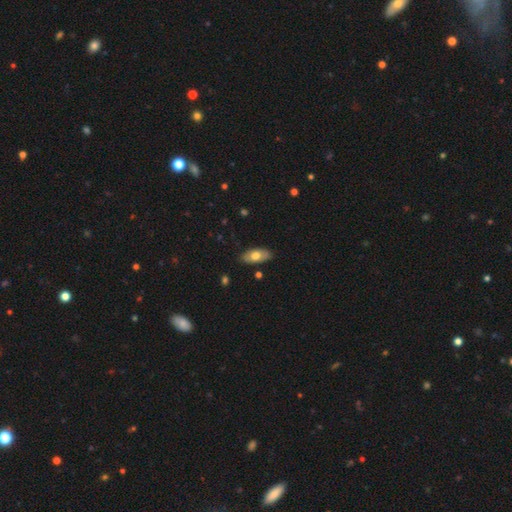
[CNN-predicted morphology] A smooth galaxy with no disk features (65%) that is in between round and cigar-shaped (91%). Merging: none (83%).